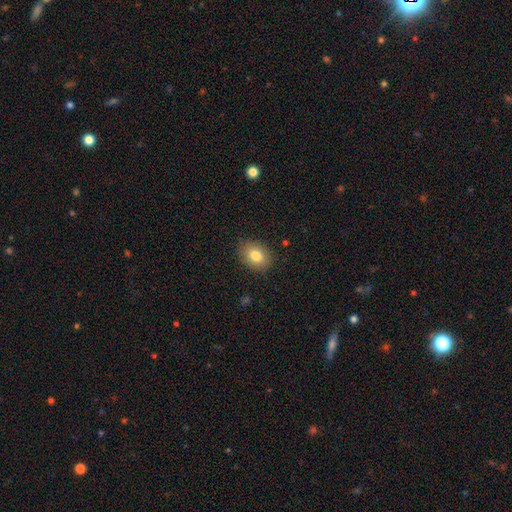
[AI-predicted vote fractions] This appears to be a smooth galaxy with no disk features (81%) that is in between round and cigar-shaped (65%). Merging: none (86%).